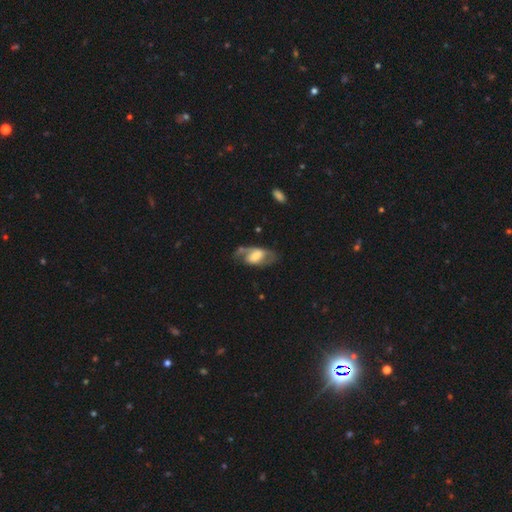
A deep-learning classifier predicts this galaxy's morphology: The model was most divided on "bulge size": large: 34%, moderate: 32%, small: 21%, none: 9%, dominant: 5%. Remaining: edge-on disk — no (91%); spiral arms — yes (69%); smooth or featured — featured or disk (57%); merging — none (50%); bar — weak (39%).